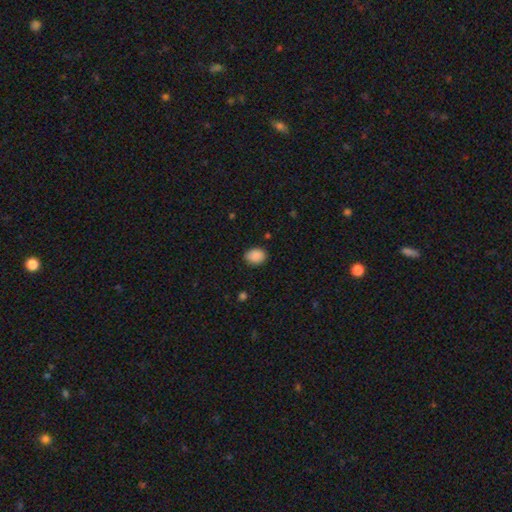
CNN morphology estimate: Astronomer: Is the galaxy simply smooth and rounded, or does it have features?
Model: smooth — 89%.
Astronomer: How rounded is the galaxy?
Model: in between — 62%.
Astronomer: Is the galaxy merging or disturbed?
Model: none — 83%.